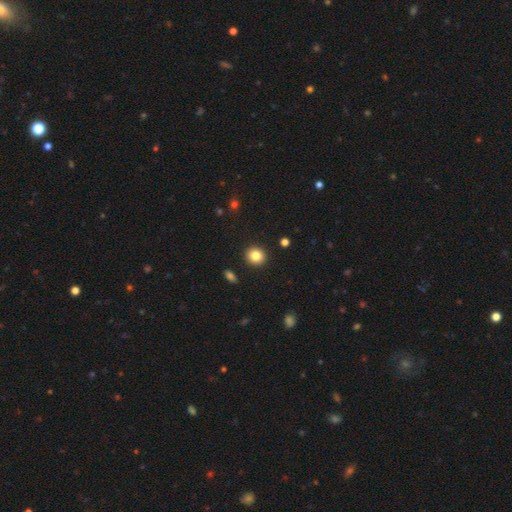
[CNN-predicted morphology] Smooth or featured? Predicted: smooth (p=0.84). How rounded? Predicted: round (p=0.85). Merging? Predicted: none (p=0.92).